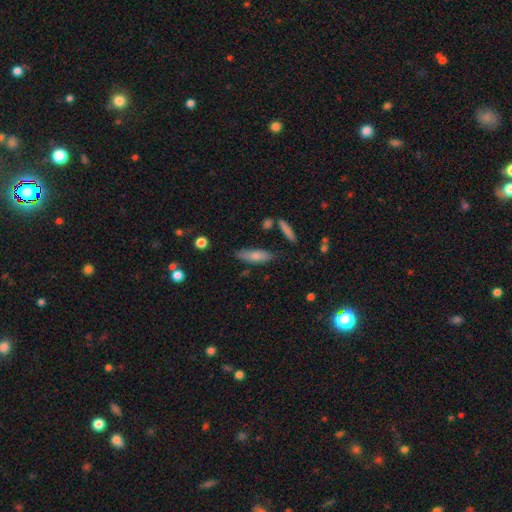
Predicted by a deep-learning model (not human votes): smooth_or_featured: smooth (p=0.75) [alt: featured or disk p=0.19]
how_rounded: in between (p=0.51) [alt: cigar-shaped p=0.47]
merging: none (p=0.71) [alt: minor disturbance p=0.19]